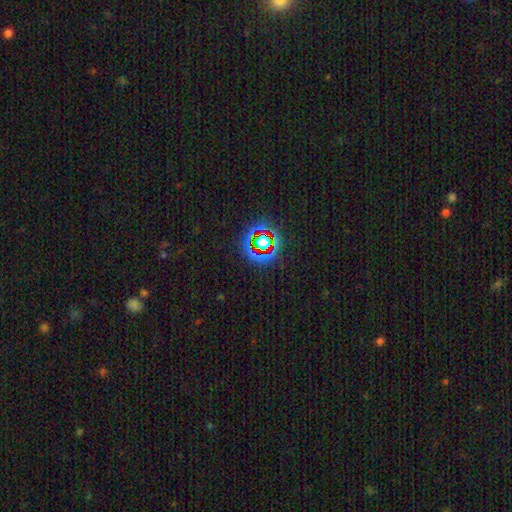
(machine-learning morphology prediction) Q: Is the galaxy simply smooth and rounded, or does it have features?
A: star or artifact — 60%.